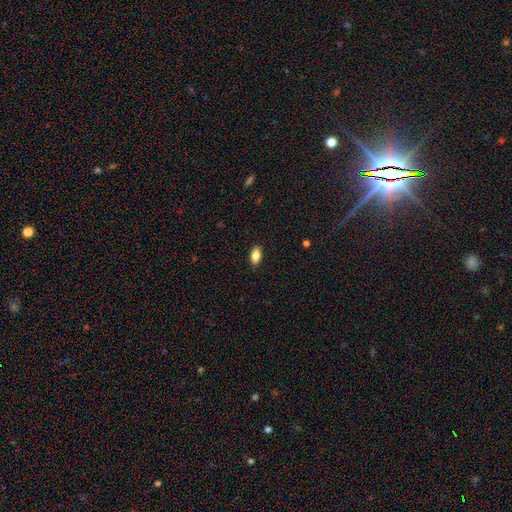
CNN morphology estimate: A smooth galaxy with no disk features (85%) that is in between round and cigar-shaped (90%).

Vote fractions:
- Smooth or featured? smooth: 85% / star or artifact: 8% / featured or disk: 8%
- How rounded? in between: 90% / round: 5% / cigar-shaped: 5%
- Merging? none: 89% / minor disturbance: 8% / major disturbance: 2% / merger: 1%